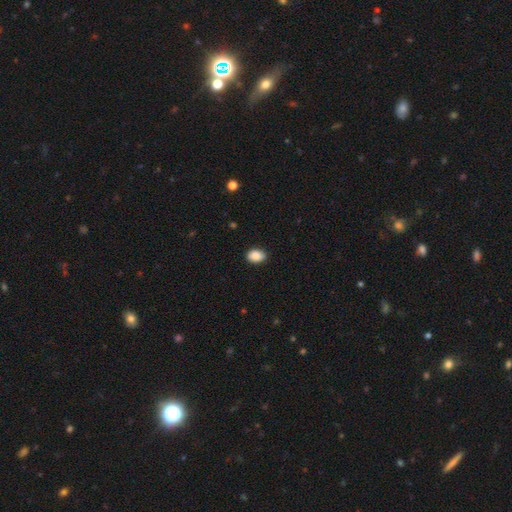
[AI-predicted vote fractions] Smooth or featured?
  - smooth: 89% *
  - star or artifact: 7%
  - featured or disk: 3%
How rounded?
  - in between: 81% *
  - round: 18%
  - cigar-shaped: 1%
Merging?
  - none: 88% *
  - minor disturbance: 9%
  - major disturbance: 2%
  - merger: 1%